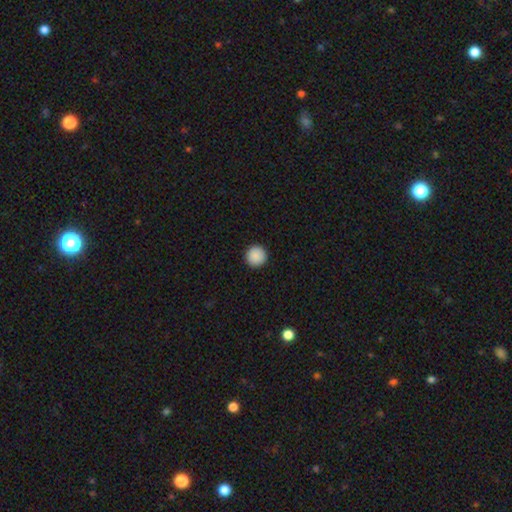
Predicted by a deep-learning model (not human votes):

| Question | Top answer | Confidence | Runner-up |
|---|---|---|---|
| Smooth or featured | smooth | 90% | star or artifact (8%) |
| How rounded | round | 96% | in between (3%) |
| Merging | none | 93% | minor disturbance (4%) |